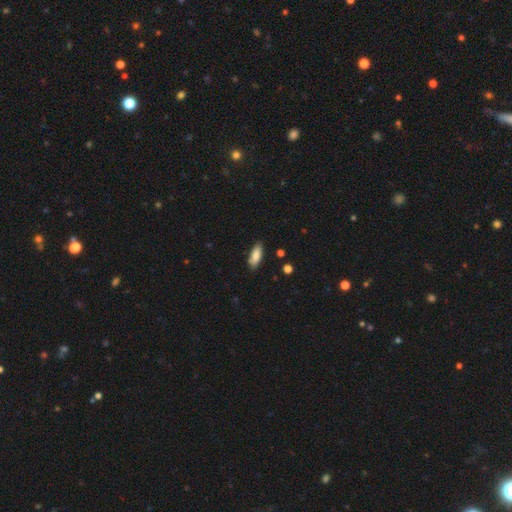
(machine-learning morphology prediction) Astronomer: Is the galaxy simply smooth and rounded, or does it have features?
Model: smooth — 83%.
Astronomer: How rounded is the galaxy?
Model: in between — 71%.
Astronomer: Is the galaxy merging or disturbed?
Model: none — 84%.